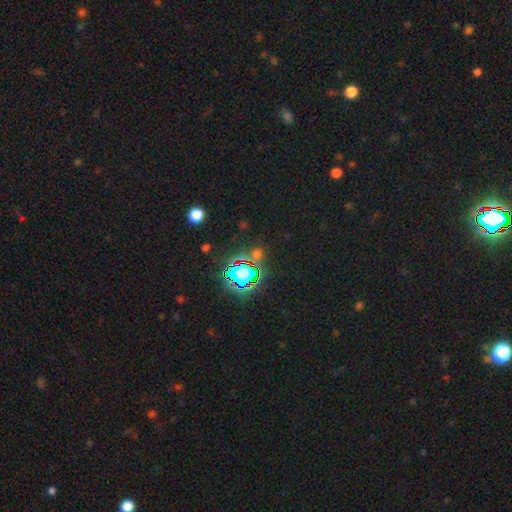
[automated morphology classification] star or artifact 74%, smooth 18%, featured or disk 8%.